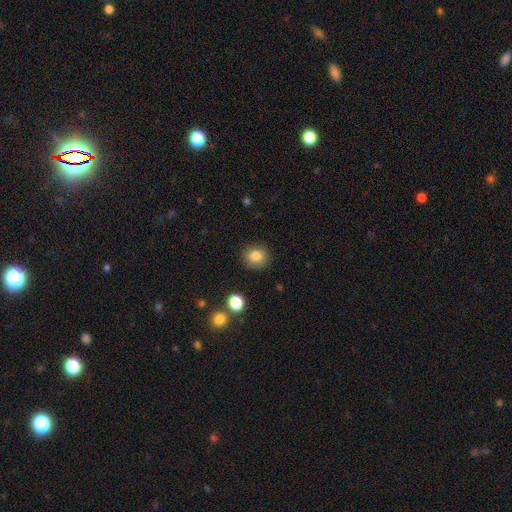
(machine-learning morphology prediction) Smooth or featured? smooth (82%)
How rounded? round (81%)
Merging? none (88%)